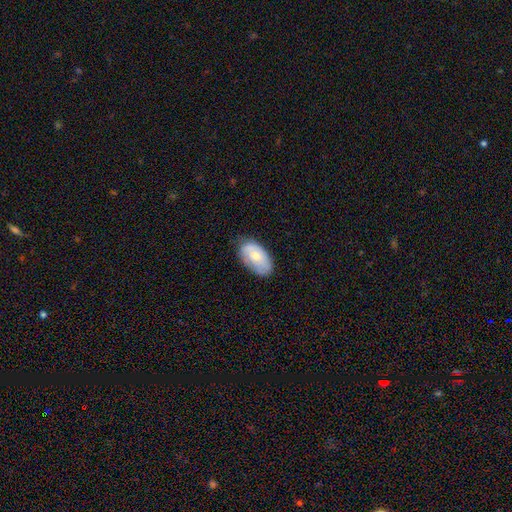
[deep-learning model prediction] This appears to be a smooth galaxy with no disk features (66%) that is in between round and cigar-shaped (93%). Merging: none (70%).